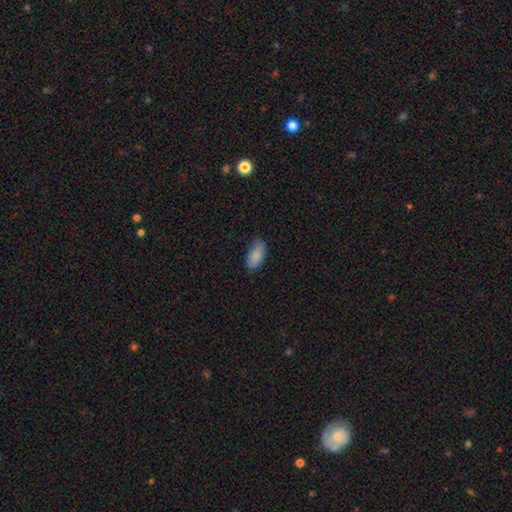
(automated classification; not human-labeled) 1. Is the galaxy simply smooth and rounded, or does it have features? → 87% smooth, 7% star or artifact, 6% featured or disk.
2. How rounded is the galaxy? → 91% in between, 7% cigar-shaped, 2% round.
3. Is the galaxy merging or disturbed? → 77% none, 19% minor disturbance, 3% major disturbance, 1% merger.